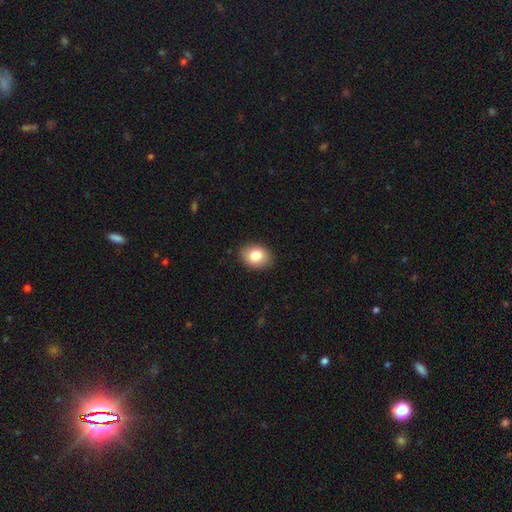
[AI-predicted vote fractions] Smooth or featured: smooth — 83% (featured or disk — 9%)
How rounded: in between — 65% (round — 34%)
Merging: none — 87% (minor disturbance — 10%)